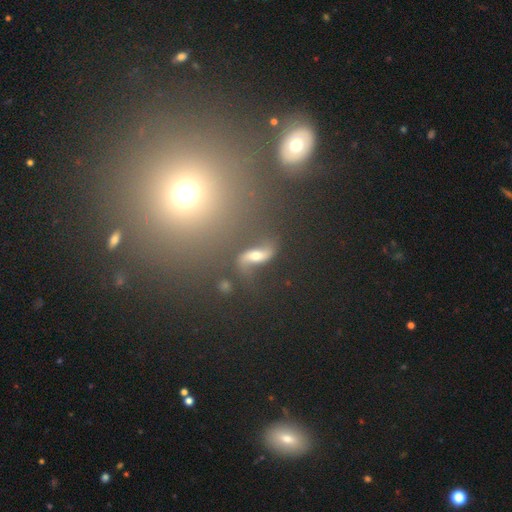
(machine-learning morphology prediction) featured or disk 63%, smooth 22%, star or artifact 16%. Down the decision tree: edge-on disk — no (89%); bar — no (41%); spiral arms — yes (85%); bulge size — moderate (53%); merging — none (64%).